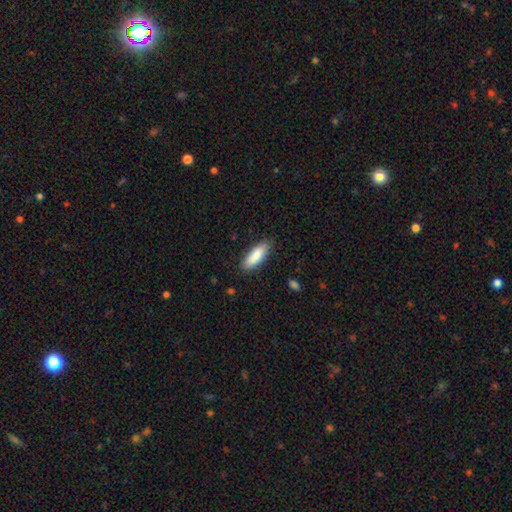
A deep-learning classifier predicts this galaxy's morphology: smooth_or_featured: smooth (p=0.86) [alt: featured or disk p=0.09]
how_rounded: in between (p=0.53) [alt: cigar-shaped p=0.46]
merging: none (p=0.86) [alt: minor disturbance p=0.11]